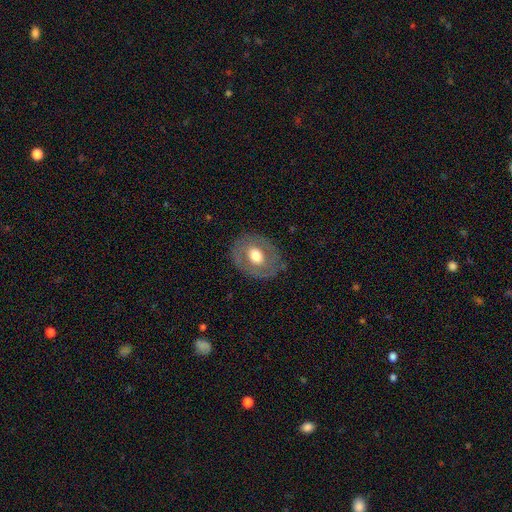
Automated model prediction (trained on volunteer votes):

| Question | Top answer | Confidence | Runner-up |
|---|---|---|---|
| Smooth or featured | smooth | 50% | featured or disk (43%) |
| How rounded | in between | 52% | round (47%) |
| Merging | none | 77% | minor disturbance (16%) |